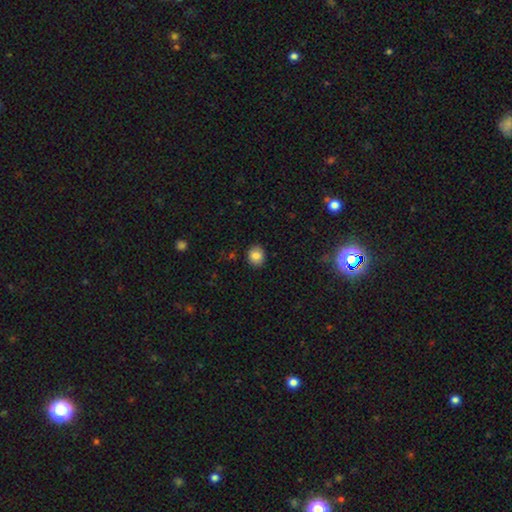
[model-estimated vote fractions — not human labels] Overall: smooth (84%). How rounded: round (71%). Merging: none (88%).